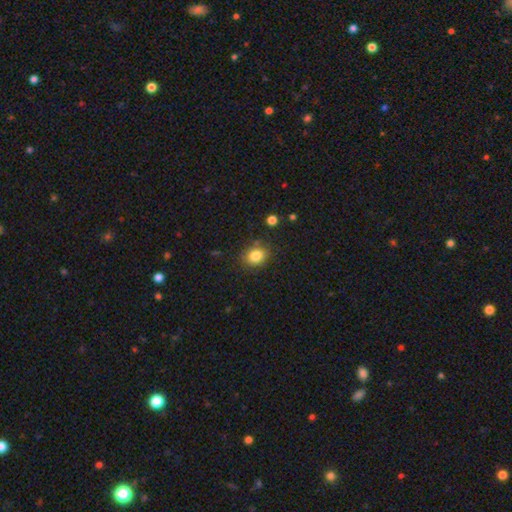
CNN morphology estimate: Overall: smooth (83%). How rounded: round (55%; in between 44%). Merging: none (81%).